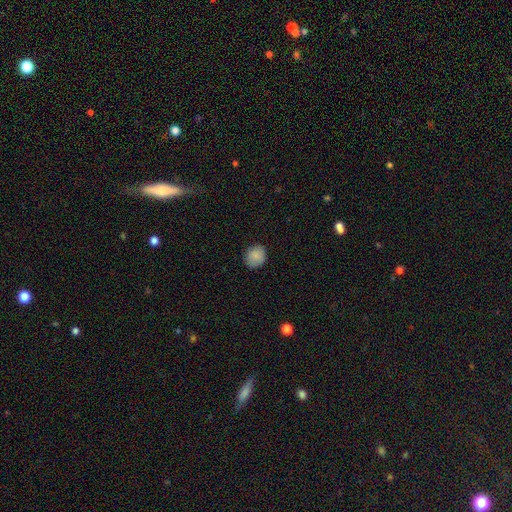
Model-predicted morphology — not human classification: A smooth galaxy with no disk features (87%) that is round (74%). Merging: none (87%).